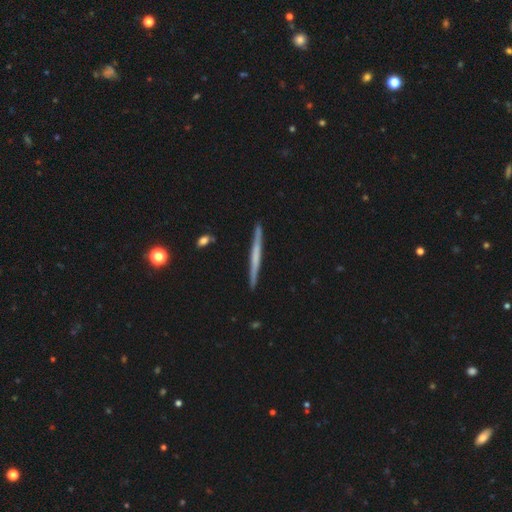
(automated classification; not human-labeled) This appears to be a featured or disk galaxy (57%) viewed edge-on (98%) with no central bulge (75%). Merging: none (91%).